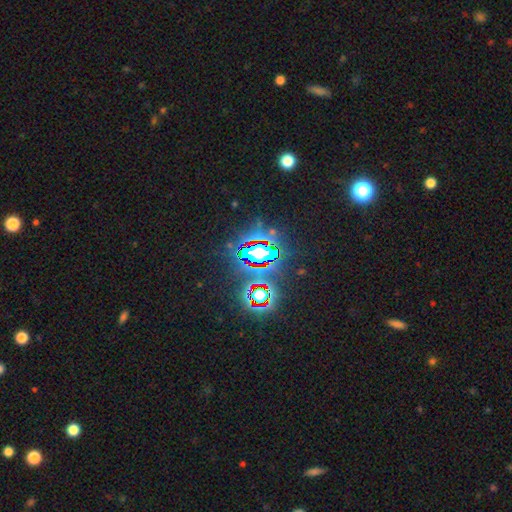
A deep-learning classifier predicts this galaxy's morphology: This is clearly a star or artifact rather than a galaxy (83%).